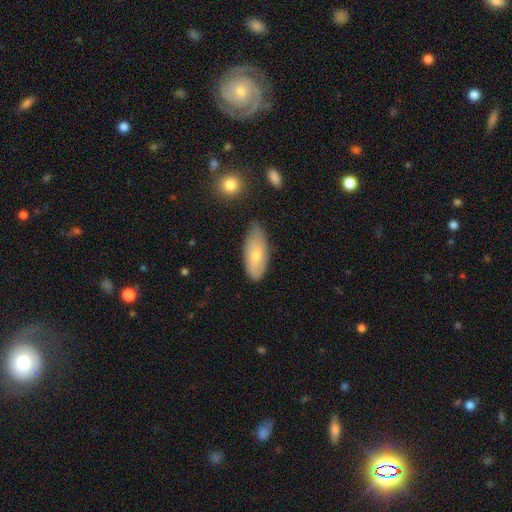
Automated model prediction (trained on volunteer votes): A smooth galaxy with no disk features (68%) that is in between round and cigar-shaped (87%). Merging: none (65%).